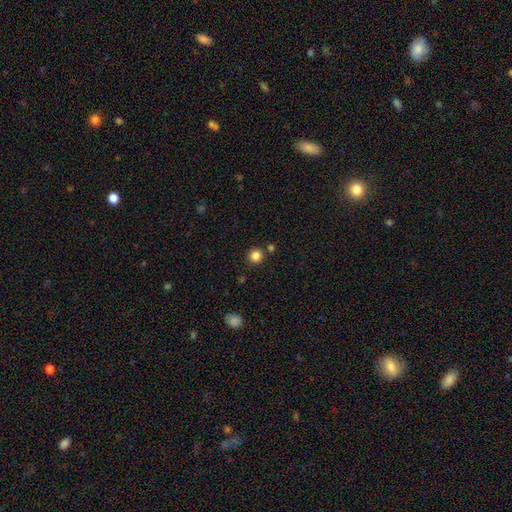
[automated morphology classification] type=smooth (84%); roundness=round (93%); merging=none (85%).